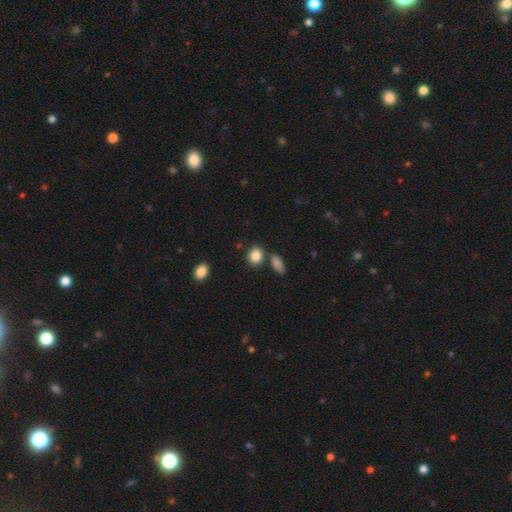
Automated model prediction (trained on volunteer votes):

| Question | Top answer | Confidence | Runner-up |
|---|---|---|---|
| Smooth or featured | smooth | 86% | star or artifact (9%) |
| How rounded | round | 50% | in between (48%) |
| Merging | none | 72% | merger (13%) |